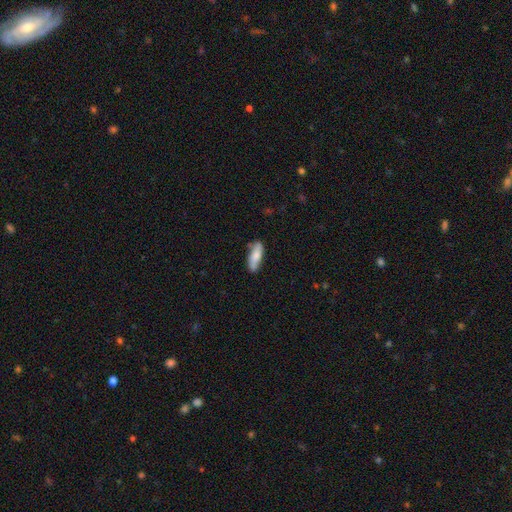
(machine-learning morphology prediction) Smooth or featured? smooth (72%)
How rounded? in between (57%)
Merging? none (77%)